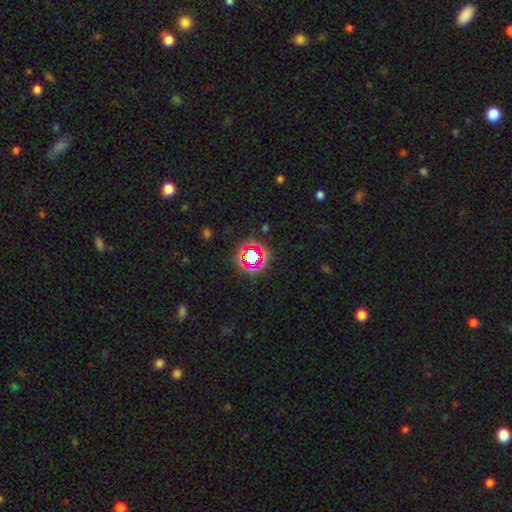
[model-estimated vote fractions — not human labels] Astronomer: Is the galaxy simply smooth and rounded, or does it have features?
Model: star or artifact — 67%.